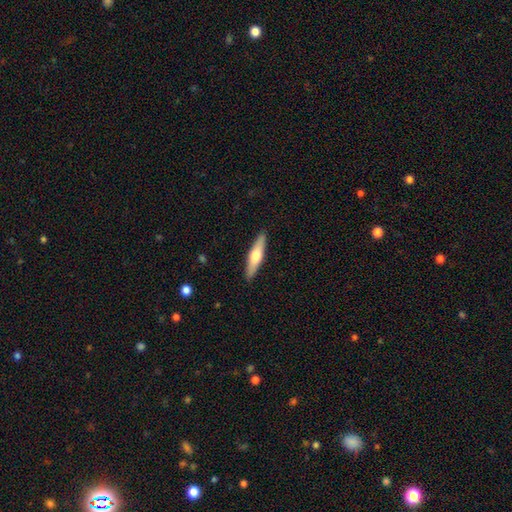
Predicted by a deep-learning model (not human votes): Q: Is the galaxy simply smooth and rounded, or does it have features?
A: smooth — 48%.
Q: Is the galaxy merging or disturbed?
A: none — 91%.